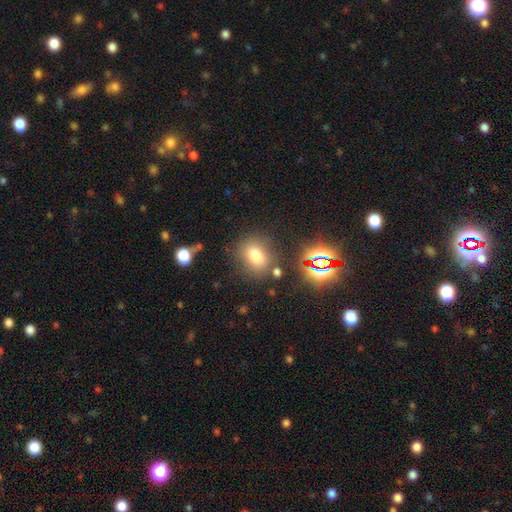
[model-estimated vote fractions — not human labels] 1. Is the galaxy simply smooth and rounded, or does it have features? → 73% smooth, 17% star or artifact, 10% featured or disk.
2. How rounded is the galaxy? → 54% in between, 44% round, 2% cigar-shaped.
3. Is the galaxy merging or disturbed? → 76% none, 12% minor disturbance, 7% merger, 5% major disturbance.